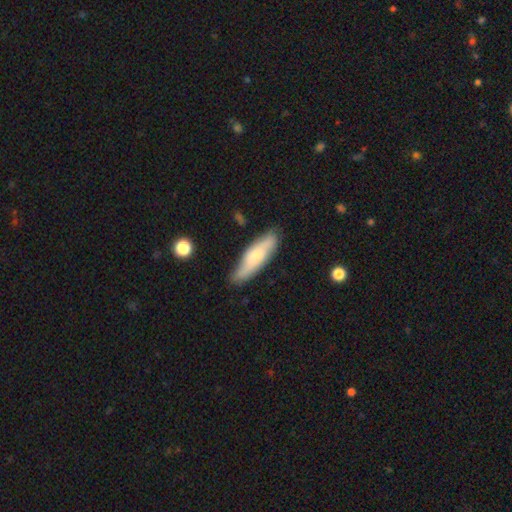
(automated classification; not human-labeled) Morphology: type=smooth (62%); roundness=cigar-shaped (59%); merging=none (77%).